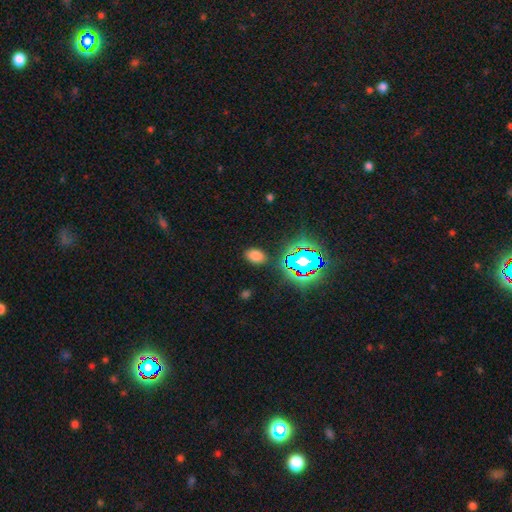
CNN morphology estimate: A smooth galaxy with no disk features (71%) that is in between round and cigar-shaped (86%).

Vote fractions:
- Smooth or featured? smooth: 71% / star or artifact: 23% / featured or disk: 7%
- How rounded? in between: 86% / round: 13% / cigar-shaped: 2%
- Merging? none: 86% / minor disturbance: 9% / major disturbance: 3% / merger: 2%